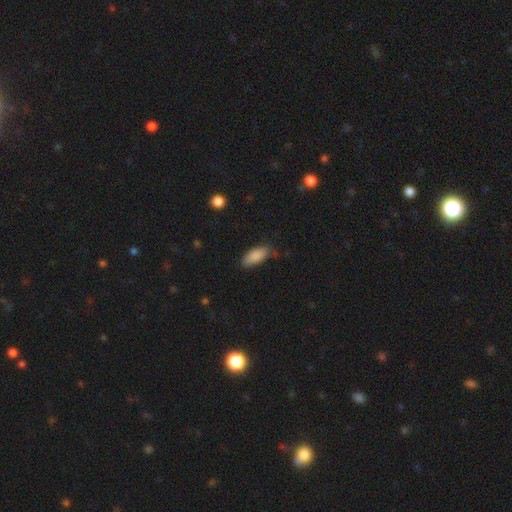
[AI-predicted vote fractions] smooth_or_featured: smooth (p=0.88) [alt: star or artifact p=0.07]
how_rounded: in between (p=0.84) [alt: cigar-shaped p=0.14]
merging: none (p=0.70) [alt: minor disturbance p=0.23]